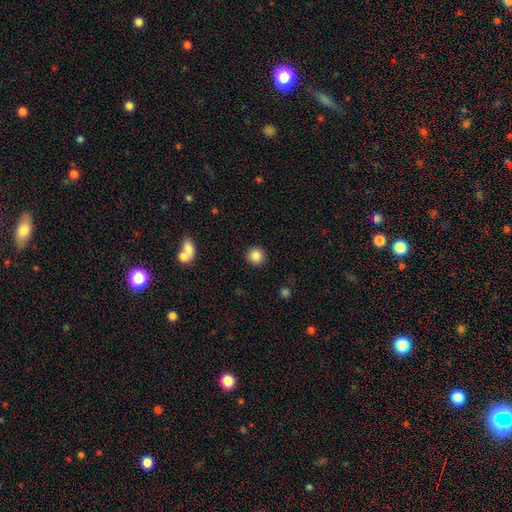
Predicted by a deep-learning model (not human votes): Smooth or featured? smooth (85%)
How rounded? round (92%)
Merging? none (91%)